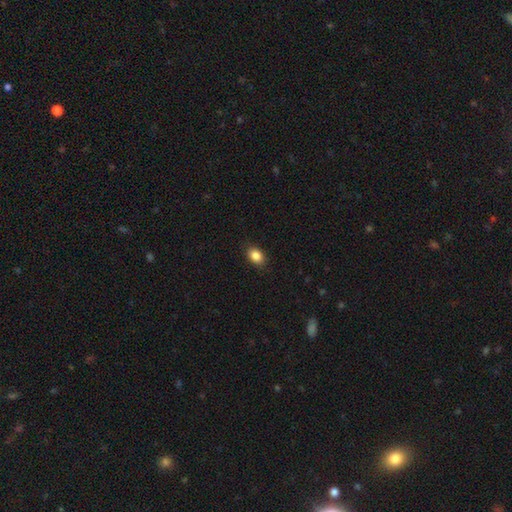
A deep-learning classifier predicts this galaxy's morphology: Smooth or featured: smooth — 86% (star or artifact — 9%)
How rounded: in between — 76% (round — 22%)
Merging: none — 87% (minor disturbance — 10%)